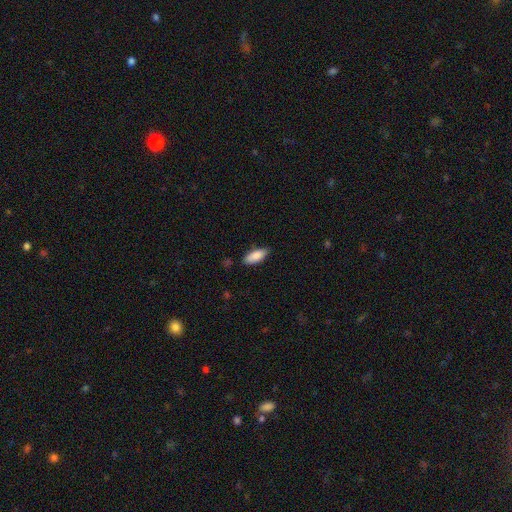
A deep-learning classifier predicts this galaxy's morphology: Q: Smooth or featured?
A: smooth (87%); runner-up: featured or disk (7%)
Q: How rounded?
A: in between (81%); runner-up: cigar-shaped (17%)
Q: Merging?
A: none (78%); runner-up: minor disturbance (17%)